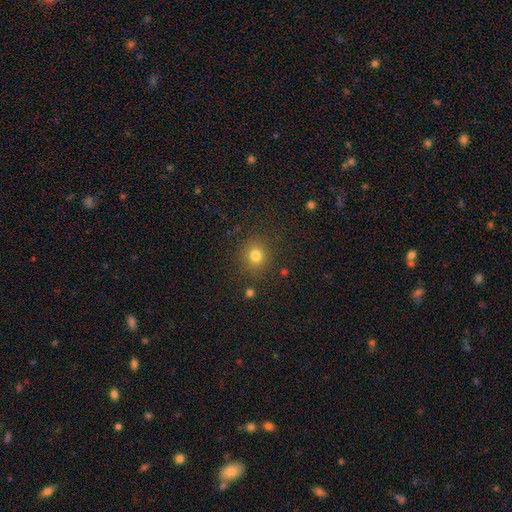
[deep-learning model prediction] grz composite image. It shows a smooth galaxy with no disk features (78%) that is round (85%). Merging: none (86%).